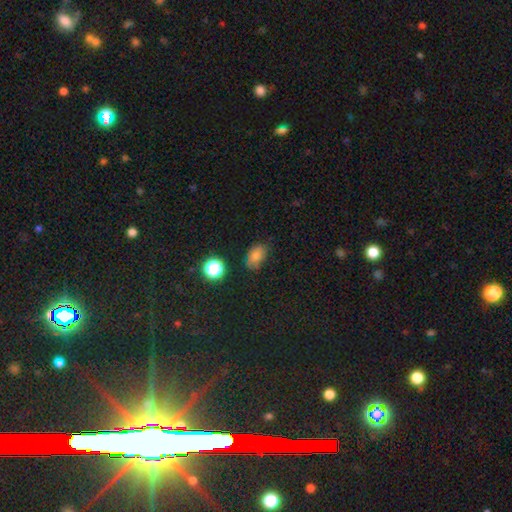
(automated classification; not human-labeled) This is likely a smooth galaxy (75%). How rounded: clearly in between (80%). Merging: likely none (70%).